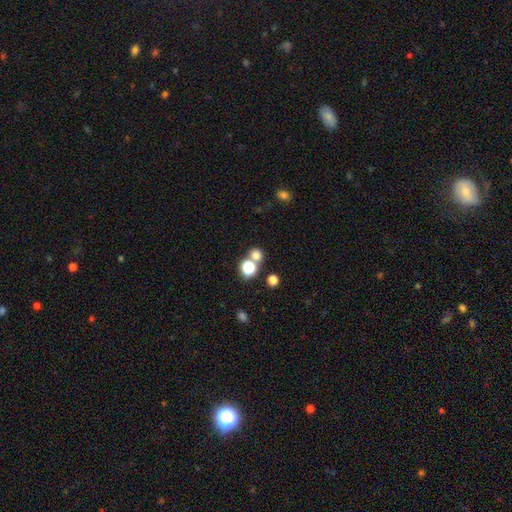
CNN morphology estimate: This is likely a smooth galaxy (71%). How rounded: likely round (80%). Merging: possibly none (57%).